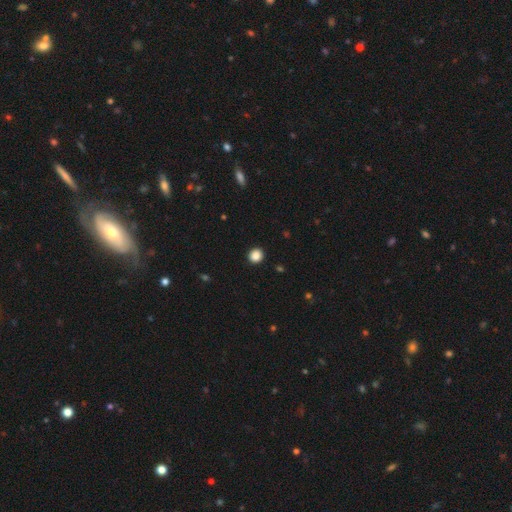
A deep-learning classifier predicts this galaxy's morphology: type=smooth (87%); roundness=round (89%); merging=none (93%).